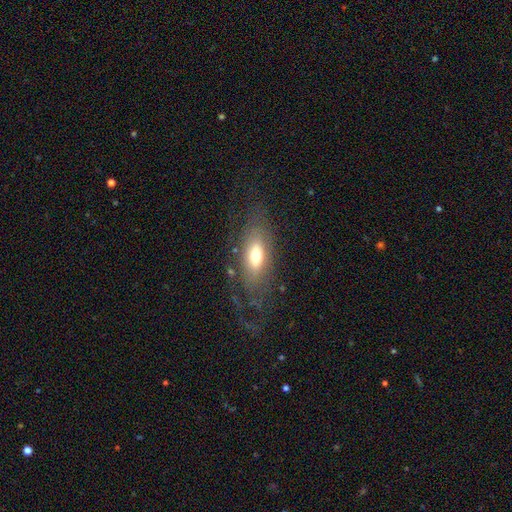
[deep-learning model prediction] A smooth galaxy with no disk features (55%) that is in between round and cigar-shaped (81%). Merging: none (68%).